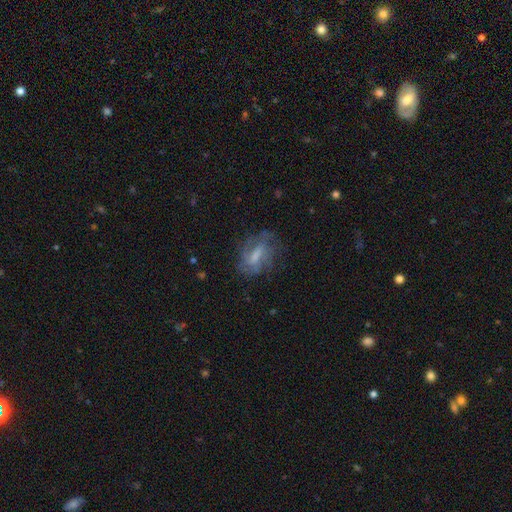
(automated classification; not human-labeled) A featured or disk galaxy (56%) with a weak bar (48%), spiral arms (67%) and a moderate central bulge (36%). Merging: none (58%).